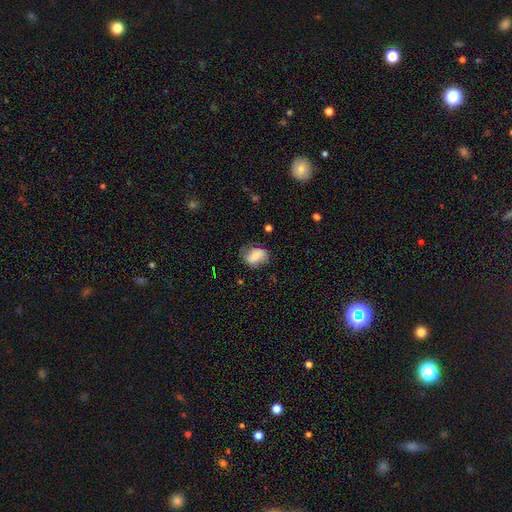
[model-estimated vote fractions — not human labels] The model was most divided on "merging": none: 61%, minor disturbance: 27%, major disturbance: 10%, merger: 2%. More confident: how rounded — in between (69%); smooth or featured — smooth (68%).